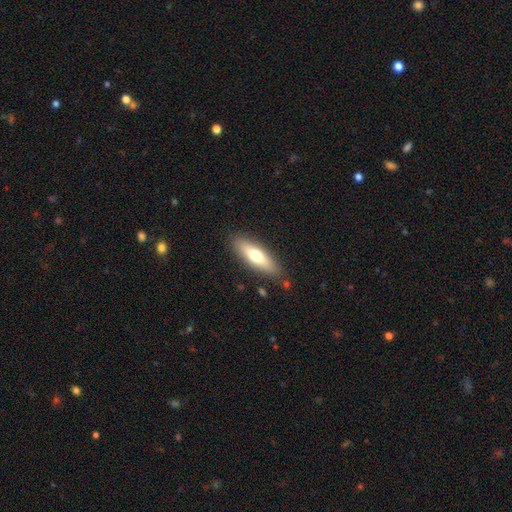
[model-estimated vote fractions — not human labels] Overall: smooth (63%; featured or disk 30%). How rounded: cigar-shaped (51%; in between 47%). Merging: none (84%).